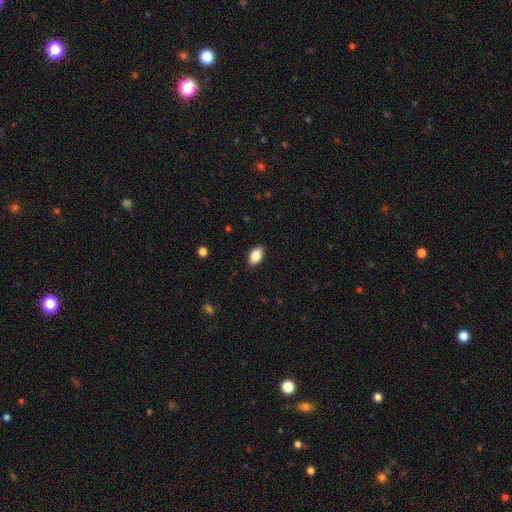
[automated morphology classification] Smooth or featured? Predicted: smooth (p=0.87). How rounded? Predicted: in between (p=0.91). Merging? Predicted: none (p=0.88).